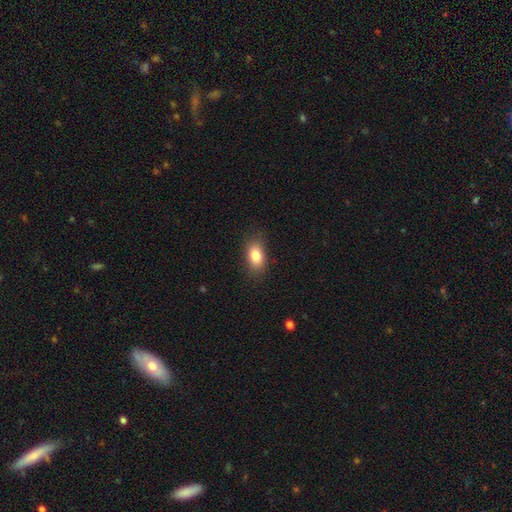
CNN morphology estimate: smooth-or-featured: smooth: 84% | star or artifact: 8% | featured or disk: 8%
  how-rounded: in between: 87% | round: 10% | cigar-shaped: 3%
  merging: none: 83% | minor disturbance: 13% | major disturbance: 3% | merger: 1%